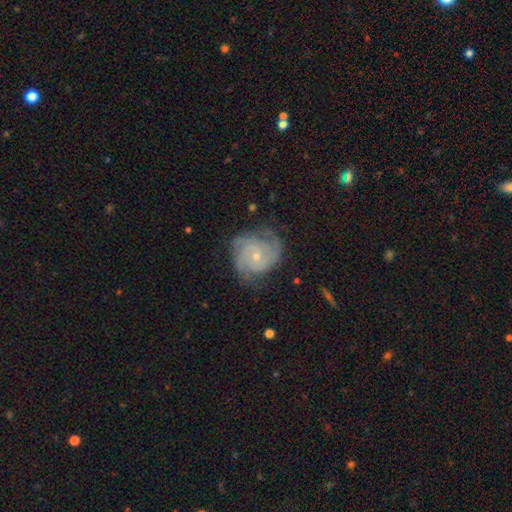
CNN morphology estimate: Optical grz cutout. It shows a featured or disk galaxy (86%) with no bar (73%), 3 (39%) tight (59%) spiral arms (97%) and a small central bulge (71%). Merging: none (72%).